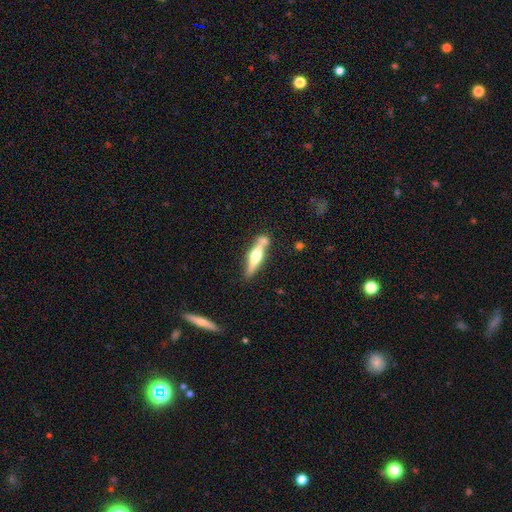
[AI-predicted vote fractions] smooth-or-featured: featured or disk: 59% | smooth: 35% | star or artifact: 6%
  disk-edge-on: yes: 94% | no: 6%
    edge-on-bulge: rounded: 88% | boxy: 8% | none: 4%
  merging: none: 67% | merger: 15% | minor disturbance: 14% | major disturbance: 4%